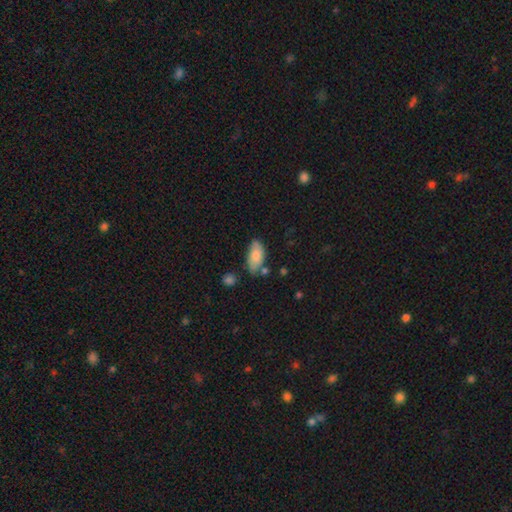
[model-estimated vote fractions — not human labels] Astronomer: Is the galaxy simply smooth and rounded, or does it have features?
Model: smooth — 79%.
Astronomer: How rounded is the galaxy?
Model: in between — 92%.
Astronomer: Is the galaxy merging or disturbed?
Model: none — 63%.